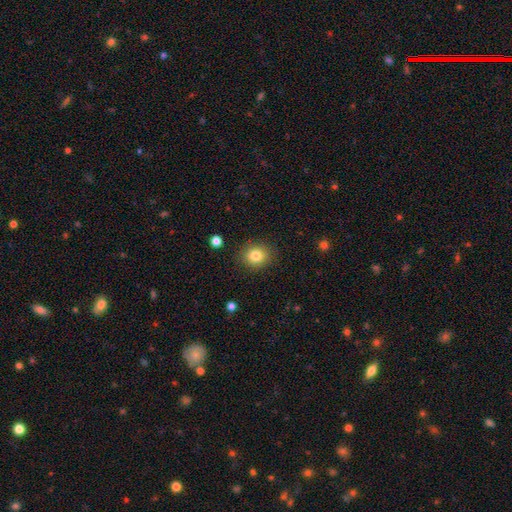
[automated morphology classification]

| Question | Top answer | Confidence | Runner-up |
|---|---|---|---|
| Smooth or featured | smooth | 82% | star or artifact (11%) |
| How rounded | round | 77% | in between (22%) |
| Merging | none | 88% | minor disturbance (8%) |